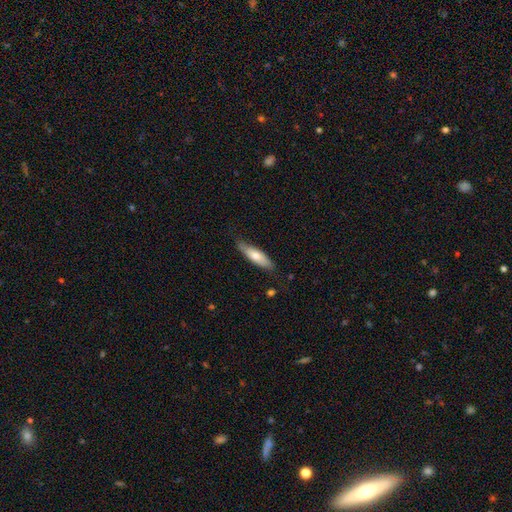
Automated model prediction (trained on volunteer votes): Overall: smooth (68%). How rounded: cigar-shaped (54%; in between 44%). Merging: none (77%).